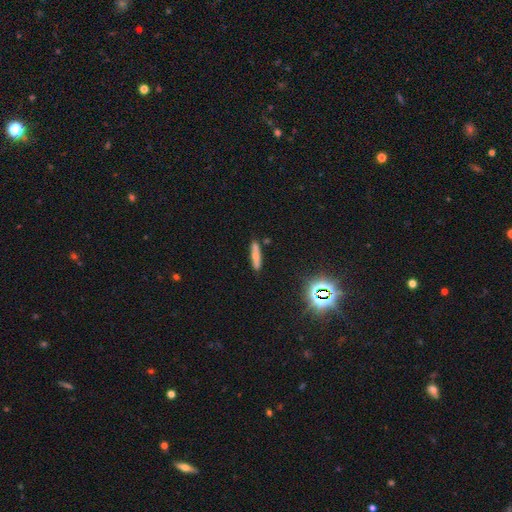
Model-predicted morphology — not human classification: Smooth or featured: smooth — 63% (featured or disk — 26%)
How rounded: cigar-shaped — 79% (in between — 18%)
Merging: none — 82% (minor disturbance — 11%)